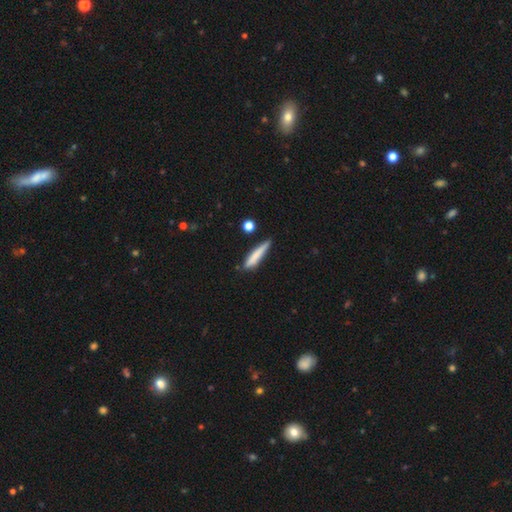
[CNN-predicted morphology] type=smooth (74%); roundness=cigar-shaped (90%); merging=none (76%).